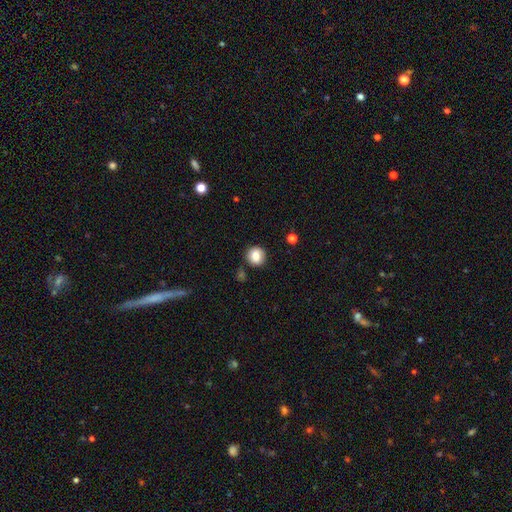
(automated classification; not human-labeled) Smooth or featured?
  - smooth: 83% *
  - star or artifact: 9%
  - featured or disk: 8%
How rounded?
  - round: 87% *
  - in between: 12%
  - cigar-shaped: 1%
Merging?
  - none: 82% *
  - minor disturbance: 11%
  - merger: 4%
  - major disturbance: 3%